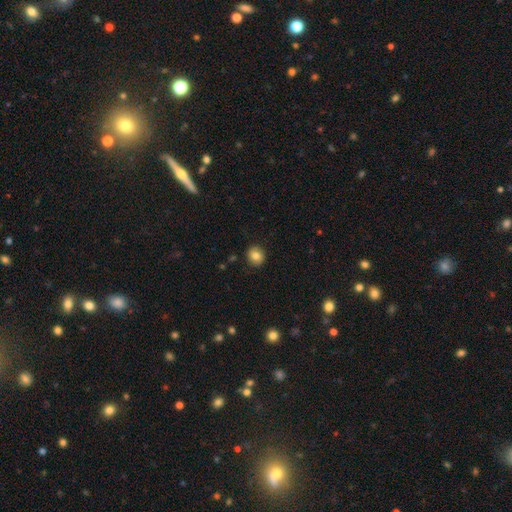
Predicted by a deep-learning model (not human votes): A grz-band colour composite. It shows a smooth galaxy with no disk features (83%) that is round (85%). Merging: none (90%).